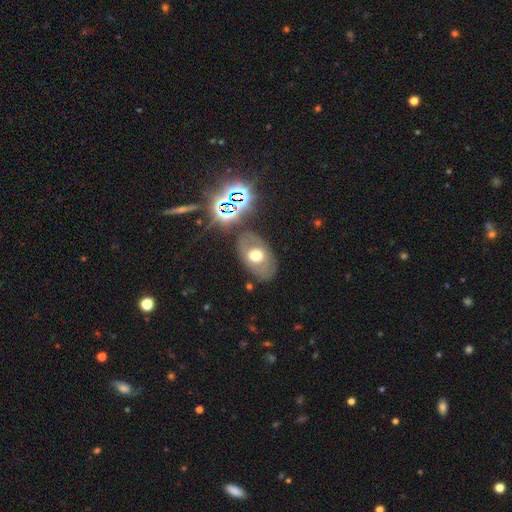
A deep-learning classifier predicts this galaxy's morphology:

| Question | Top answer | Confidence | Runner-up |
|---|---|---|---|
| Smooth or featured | smooth | 50% | featured or disk (36%) |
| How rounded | in between | 85% | round (14%) |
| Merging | none | 77% | minor disturbance (14%) |